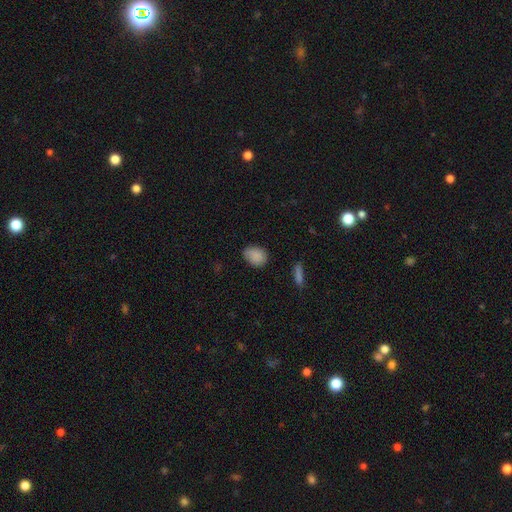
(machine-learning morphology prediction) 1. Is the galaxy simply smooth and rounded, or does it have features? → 86% smooth, 8% star or artifact, 5% featured or disk.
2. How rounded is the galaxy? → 63% in between, 35% round, 1% cigar-shaped.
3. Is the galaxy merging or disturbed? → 72% none, 22% minor disturbance, 4% major disturbance, 2% merger.